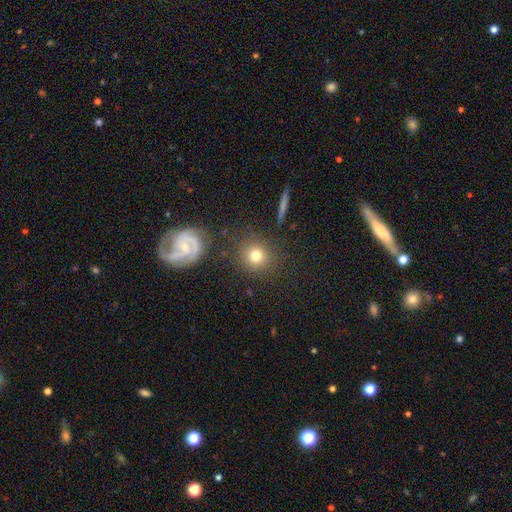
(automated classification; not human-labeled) Smooth or featured?
  - smooth: 76% *
  - featured or disk: 12%
  - star or artifact: 12%
How rounded?
  - round: 89% *
  - in between: 9%
  - cigar-shaped: 1%
Merging?
  - none: 86% *
  - minor disturbance: 8%
  - major disturbance: 3%
  - merger: 3%